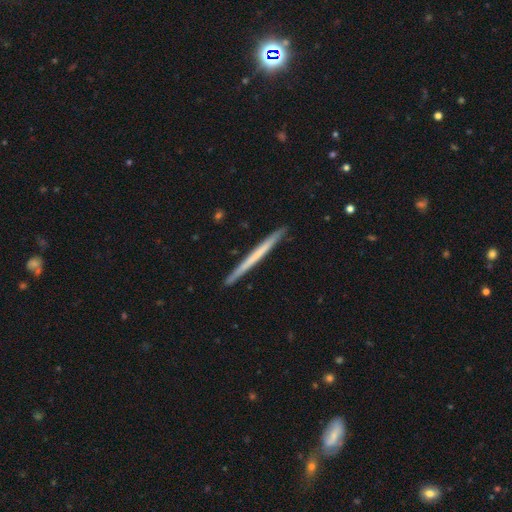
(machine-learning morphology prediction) Smooth or featured?
  - smooth: 48% *
  - featured or disk: 47%
  - star or artifact: 5%
Merging?
  - none: 92% *
  - minor disturbance: 6%
  - major disturbance: 1%
  - merger: 1%